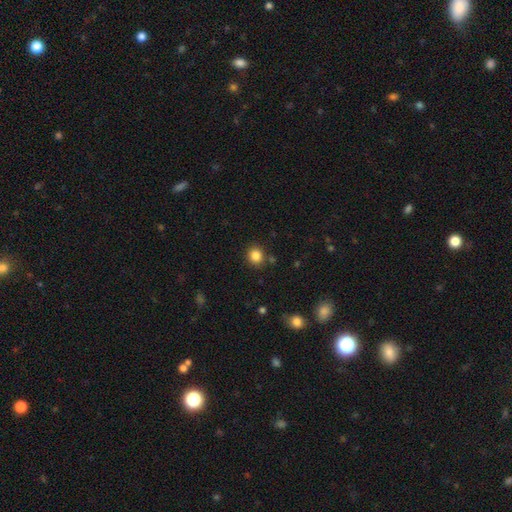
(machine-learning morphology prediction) Q: Smooth or featured?
A: smooth (84%); runner-up: star or artifact (11%)
Q: How rounded?
A: round (86%); runner-up: in between (13%)
Q: Merging?
A: none (85%); runner-up: minor disturbance (8%)